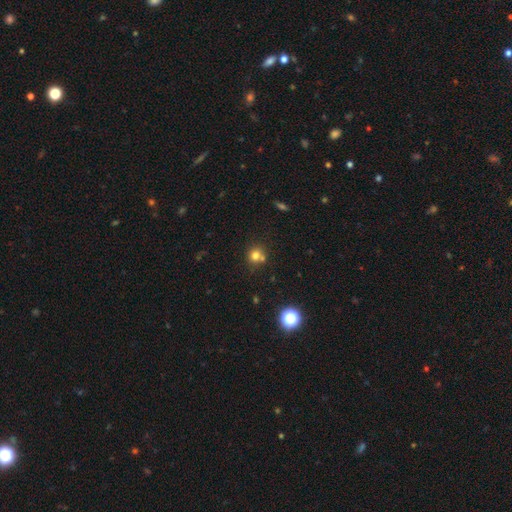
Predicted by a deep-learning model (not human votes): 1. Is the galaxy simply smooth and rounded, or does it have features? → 74% smooth, 17% star or artifact, 10% featured or disk.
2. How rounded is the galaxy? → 89% round, 10% in between, 1% cigar-shaped.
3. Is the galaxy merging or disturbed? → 61% none, 28% merger, 9% minor disturbance, 3% major disturbance.